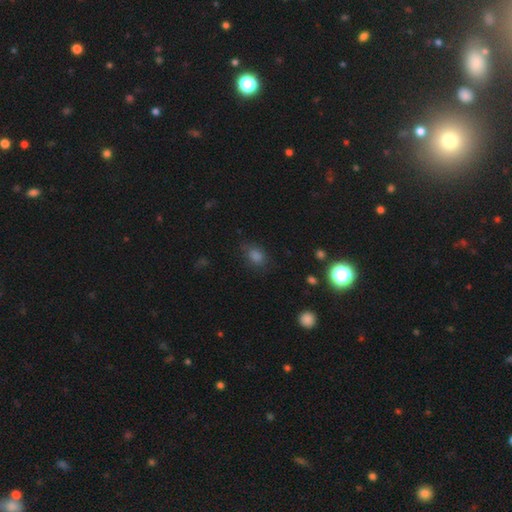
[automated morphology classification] The model was most divided on "how rounded": in between: 60%, round: 38%, cigar-shaped: 2%. More confident: merging — none (76%); smooth or featured — smooth (72%).